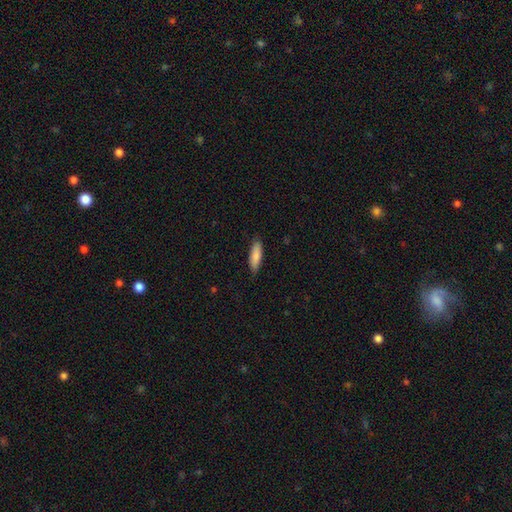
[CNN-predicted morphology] Smooth or featured: smooth — 84% (featured or disk — 10%)
How rounded: cigar-shaped — 51% (in between — 48%)
Merging: none — 85% (minor disturbance — 12%)